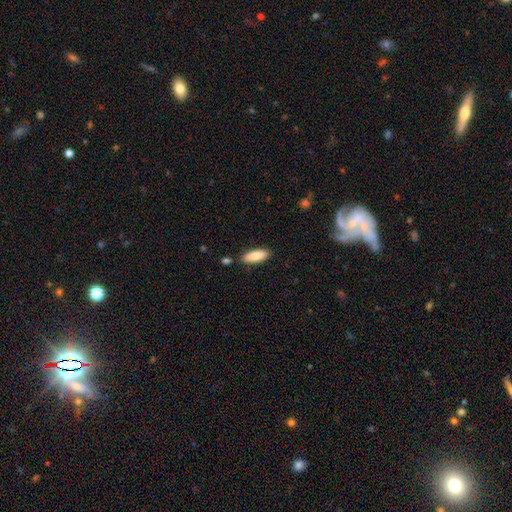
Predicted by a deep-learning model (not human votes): Smooth or featured? smooth (85%)
How rounded? in between (68%)
Merging? none (84%)